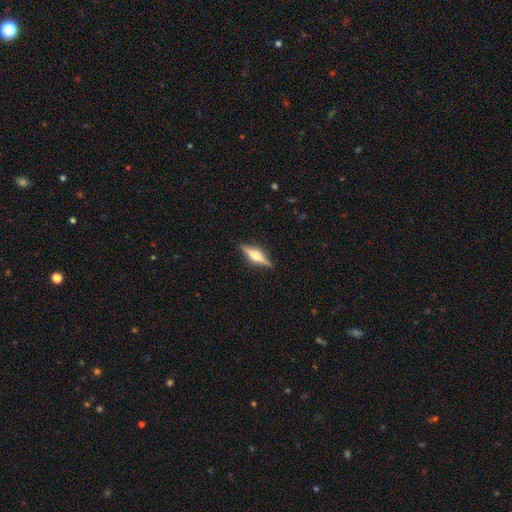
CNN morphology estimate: This is likely a featured or disk galaxy (72%). It is clearly viewed edge-on (97%). Edge-on bulge: clearly rounded (87%). Merging: clearly none (89%).